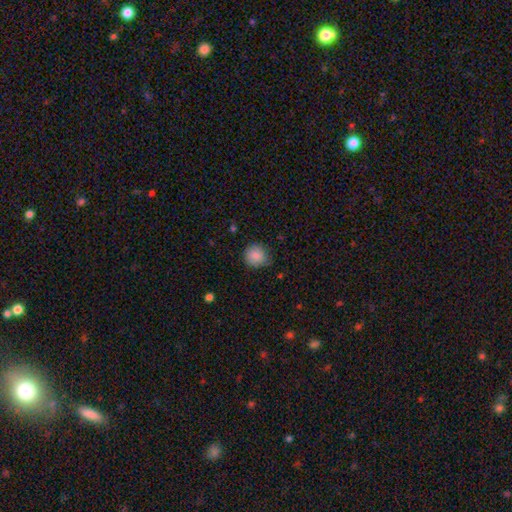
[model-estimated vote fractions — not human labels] Morphology: type=smooth (85%); roundness=round (88%); merging=none (75%).